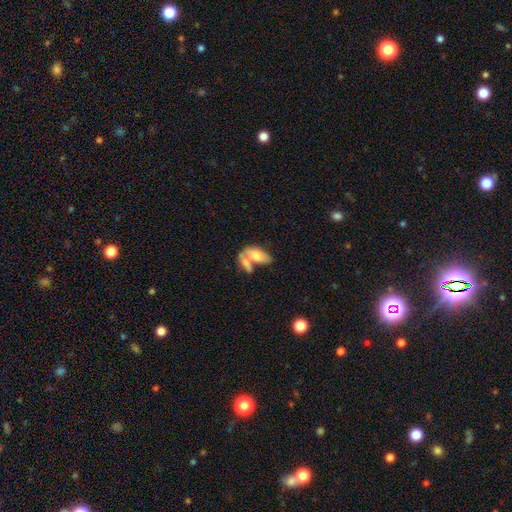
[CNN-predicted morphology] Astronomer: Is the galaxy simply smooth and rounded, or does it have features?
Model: smooth — 68%.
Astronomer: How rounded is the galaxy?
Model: in between — 89%.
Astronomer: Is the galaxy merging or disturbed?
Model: merger — 60%.